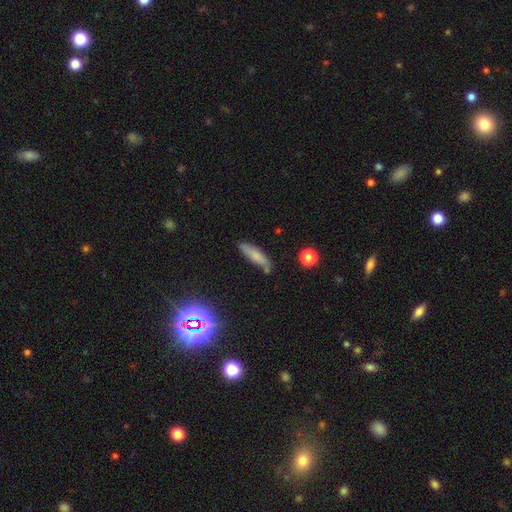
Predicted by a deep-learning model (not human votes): Smooth or featured? Predicted: smooth (p=0.68). How rounded? Predicted: cigar-shaped (p=0.68). Merging? Predicted: none (p=0.73).